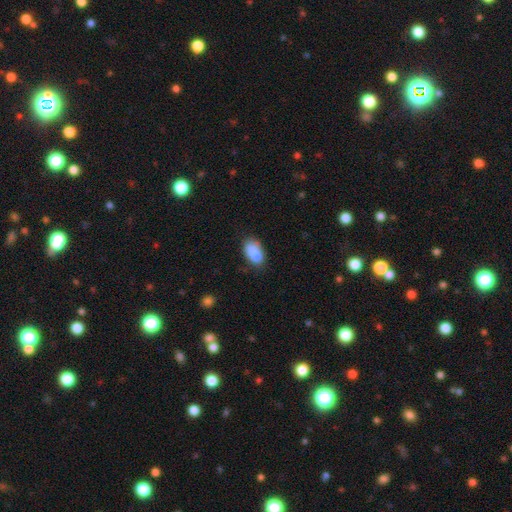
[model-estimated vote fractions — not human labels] A smooth galaxy with no disk features (85%) that is in between round and cigar-shaped (92%). Merging: none (65%).